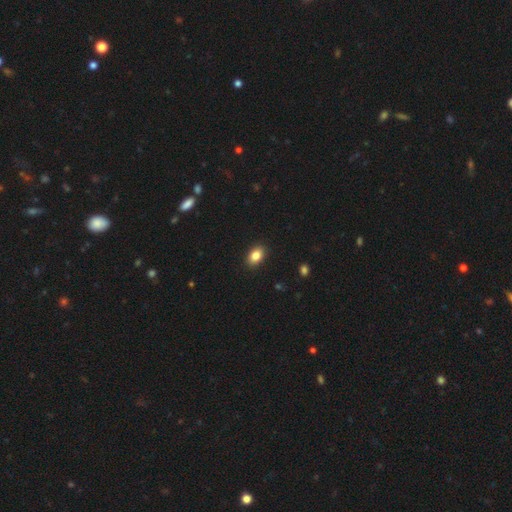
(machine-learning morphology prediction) smooth-or-featured: smooth: 85% | star or artifact: 8% | featured or disk: 6%
  how-rounded: in between: 83% | round: 15% | cigar-shaped: 1%
  merging: none: 90% | minor disturbance: 7% | major disturbance: 2% | merger: 1%